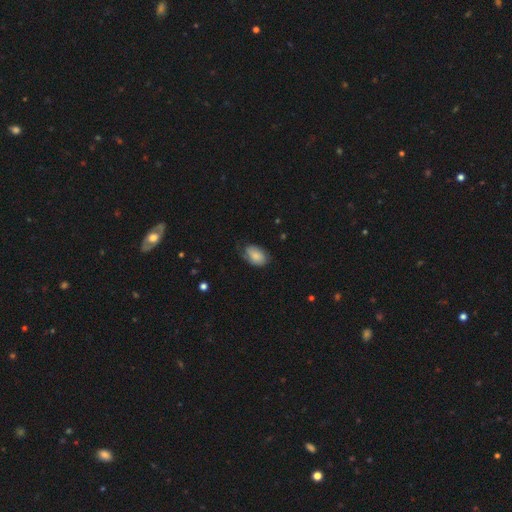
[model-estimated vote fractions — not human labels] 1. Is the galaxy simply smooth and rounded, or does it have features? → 78% smooth, 15% featured or disk, 7% star or artifact.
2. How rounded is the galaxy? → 89% in between, 10% round, 1% cigar-shaped.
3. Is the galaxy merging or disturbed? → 60% none, 30% minor disturbance, 9% major disturbance, 1% merger.